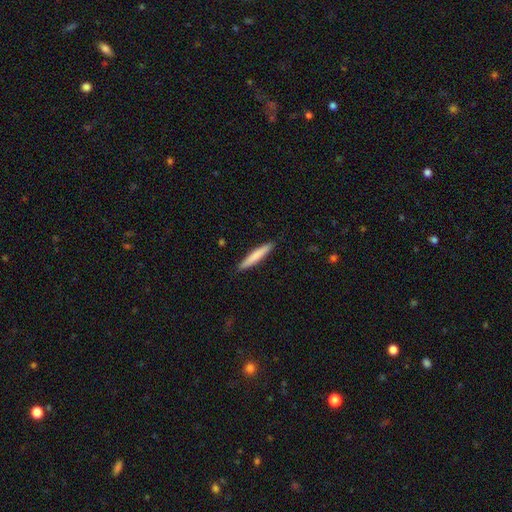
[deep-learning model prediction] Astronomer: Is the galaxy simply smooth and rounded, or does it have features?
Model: smooth — 76%.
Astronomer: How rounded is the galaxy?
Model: cigar-shaped — 93%.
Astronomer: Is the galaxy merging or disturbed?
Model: none — 90%.